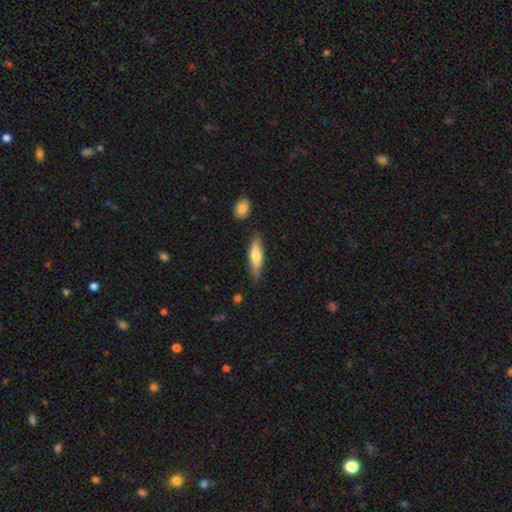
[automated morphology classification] A smooth galaxy with no disk features (64%) that is cigar-shaped (66%).

Vote fractions:
- Smooth or featured? smooth: 64% / featured or disk: 30% / star or artifact: 6%
- How rounded? cigar-shaped: 66% / in between: 32% / round: 2%
- Merging? none: 80% / minor disturbance: 14% / merger: 3% / major disturbance: 3%